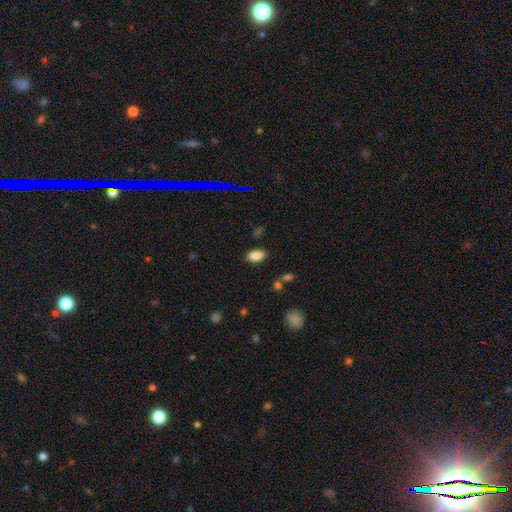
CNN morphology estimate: Smooth or featured?
  - smooth: 85% *
  - star or artifact: 10%
  - featured or disk: 5%
How rounded?
  - in between: 91% *
  - round: 8%
  - cigar-shaped: 2%
Merging?
  - none: 83% *
  - minor disturbance: 11%
  - major disturbance: 3%
  - merger: 3%